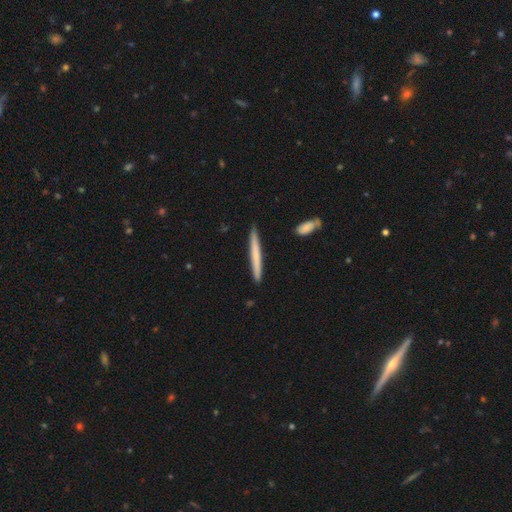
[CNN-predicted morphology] The model was most divided on "smooth or featured": smooth: 64%, featured or disk: 31%, star or artifact: 5%. More confident: how rounded — cigar-shaped (97%); merging — none (91%).